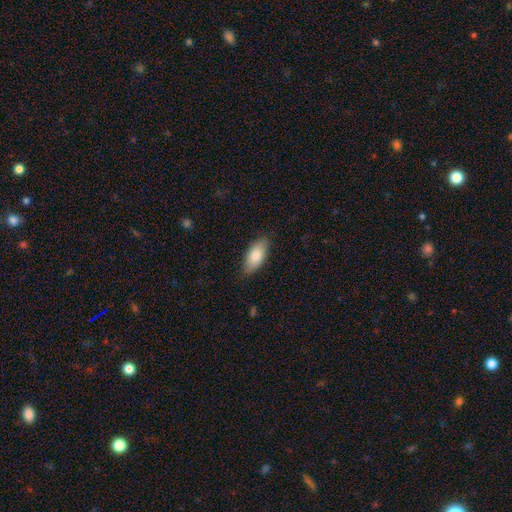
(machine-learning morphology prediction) A smooth galaxy with no disk features (82%) that is in between round and cigar-shaped (88%). Merging: none (83%).